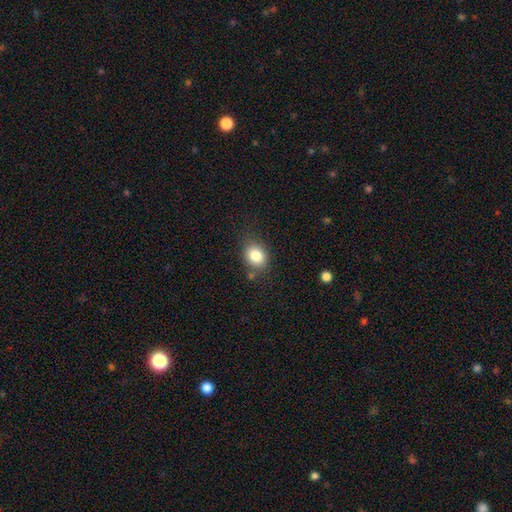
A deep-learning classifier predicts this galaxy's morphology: This is clearly a smooth galaxy (83%). How rounded: possibly in between (53%). Merging: likely none (76%).